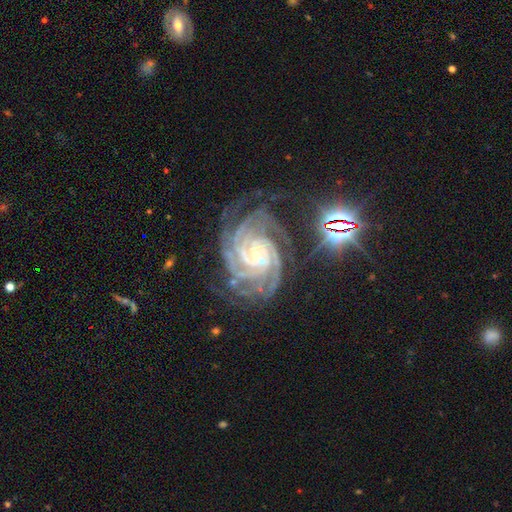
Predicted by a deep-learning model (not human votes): This appears to be a featured or disk galaxy (92%) with no bar (52%), 4 (31%) tight (78%) spiral arms (99%) and a small central bulge (75%). Merging: none (61%).